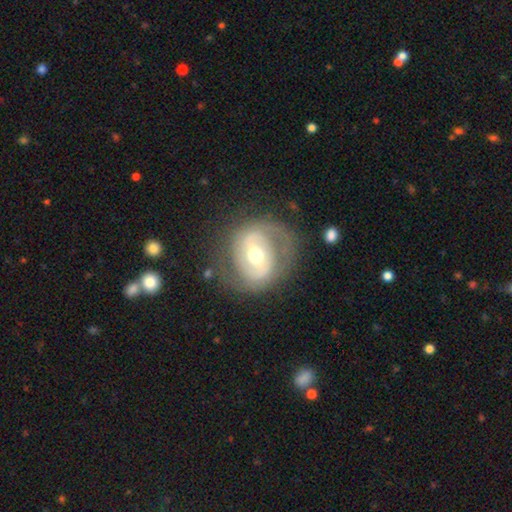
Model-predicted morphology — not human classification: Smooth or featured: featured or disk — 69% (smooth — 25%)
Edge-on disk: no — 96% (yes — 4%)
Bar: no — 38% (weak — 37%)
Spiral arms: yes — 60% (no — 40%)
Bulge size: moderate — 72% (small — 17%)
Merging: none — 67% (minor disturbance — 18%)